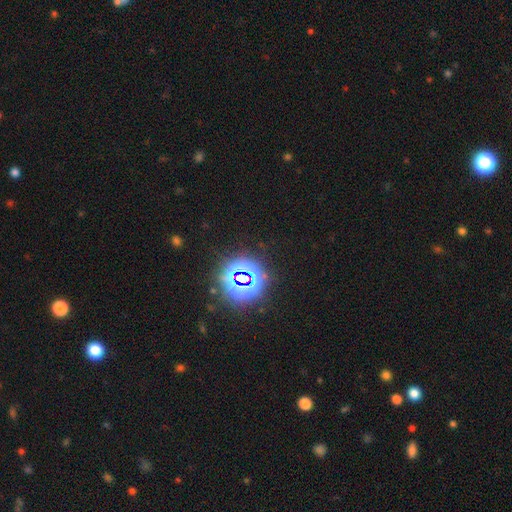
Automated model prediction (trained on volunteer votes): Smooth or featured: star or artifact — 84% (smooth — 10%)